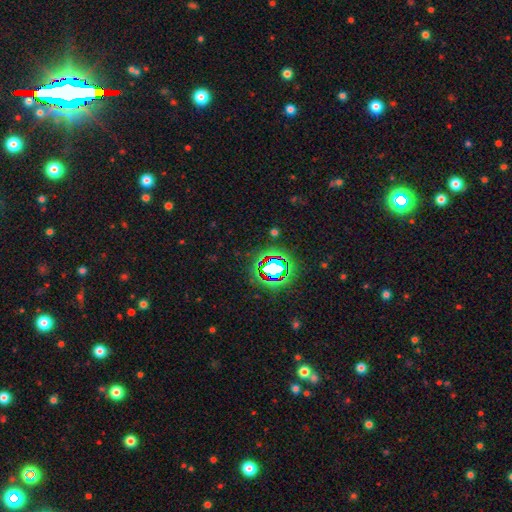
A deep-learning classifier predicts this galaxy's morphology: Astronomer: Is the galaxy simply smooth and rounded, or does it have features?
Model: star or artifact — 81%.